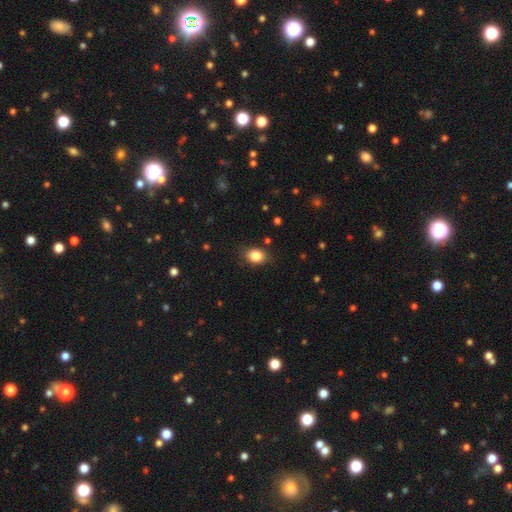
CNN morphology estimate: Q: Smooth or featured?
A: smooth (84%); runner-up: star or artifact (10%)
Q: How rounded?
A: in between (62%); runner-up: round (37%)
Q: Merging?
A: none (82%); runner-up: minor disturbance (14%)